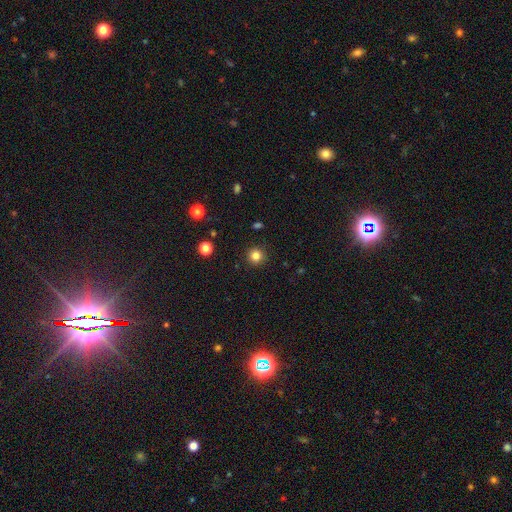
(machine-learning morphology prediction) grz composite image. It shows a smooth galaxy with no disk features (82%) that is round (95%). Merging: none (92%).